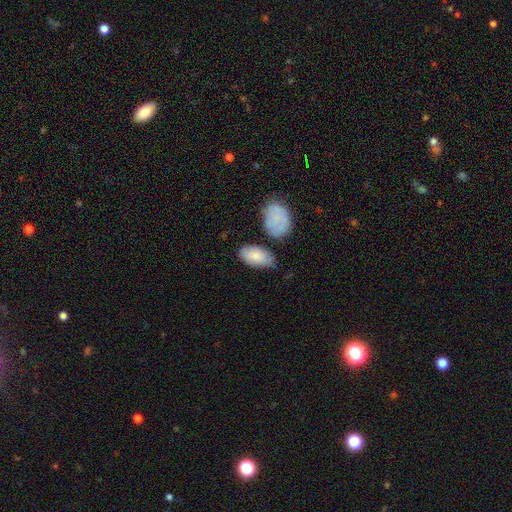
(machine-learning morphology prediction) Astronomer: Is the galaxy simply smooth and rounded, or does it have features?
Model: smooth — 83%.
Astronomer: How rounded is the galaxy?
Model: in between — 94%.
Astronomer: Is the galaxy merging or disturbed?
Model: none — 60%.